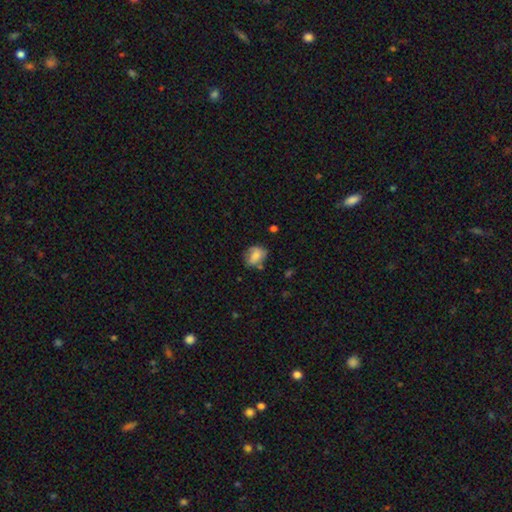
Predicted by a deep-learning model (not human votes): A smooth galaxy with no disk features (68%) that is in between round and cigar-shaped (62%). Merging: none (53%).